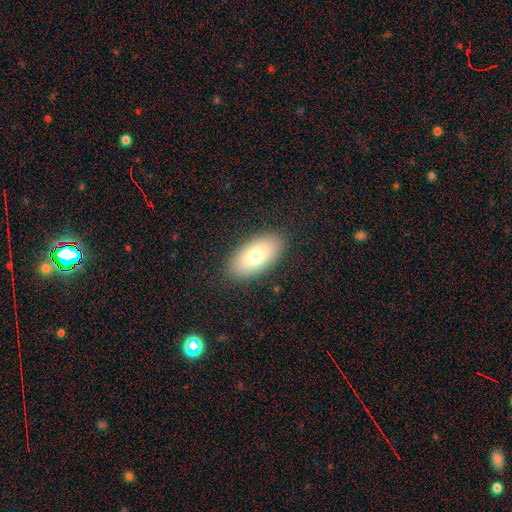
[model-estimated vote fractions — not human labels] Smooth or featured? smooth (73%)
How rounded? in between (92%)
Merging? none (88%)